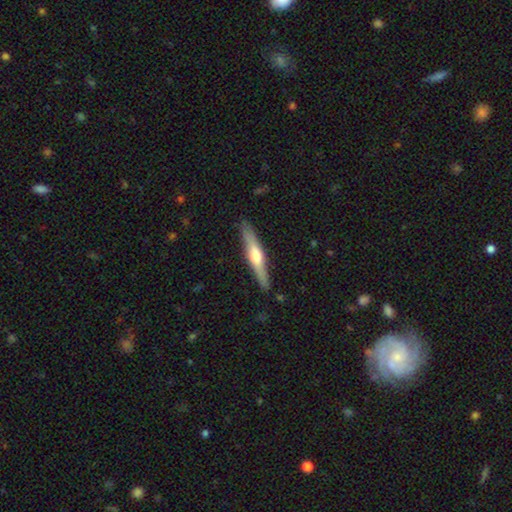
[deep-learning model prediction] This appears to be a featured or disk galaxy (57%) viewed edge-on (95%) with a rounded central bulge (81%). Merging: none (88%).